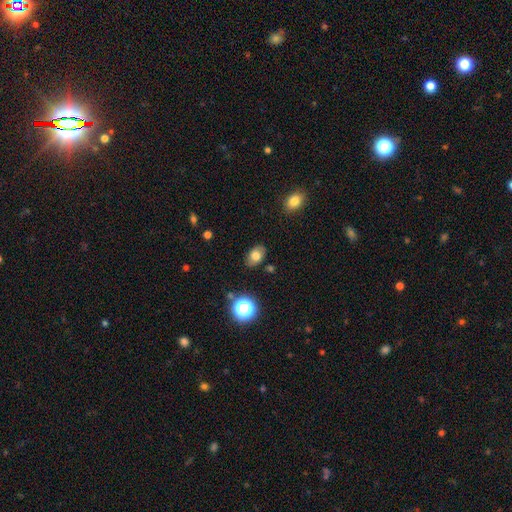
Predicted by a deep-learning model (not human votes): Morphology: type=smooth (76%); roundness=in between (84%); merging=none (84%).